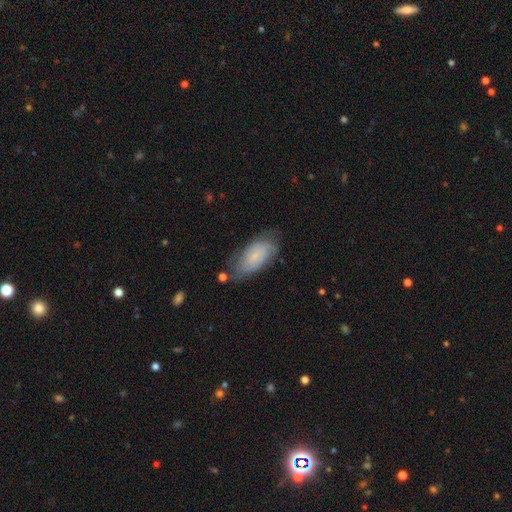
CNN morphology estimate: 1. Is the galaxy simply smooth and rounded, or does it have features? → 53% smooth, 40% featured or disk, 8% star or artifact.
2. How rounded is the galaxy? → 90% in between, 7% cigar-shaped, 3% round.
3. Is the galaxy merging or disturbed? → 58% none, 28% minor disturbance, 11% major disturbance, 3% merger.